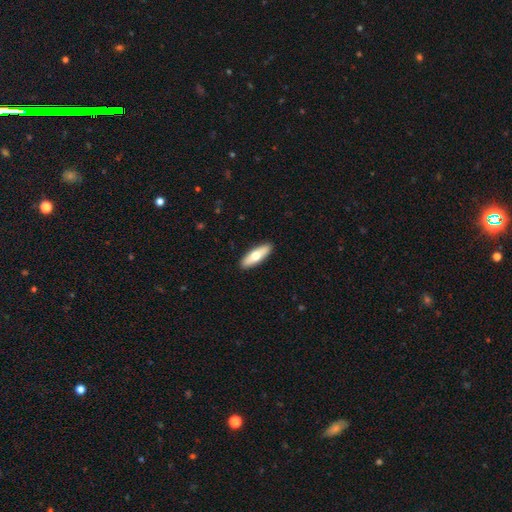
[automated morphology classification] This is likely a smooth galaxy (64%). How rounded: possibly cigar-shaped (50%). Merging: clearly none (91%).